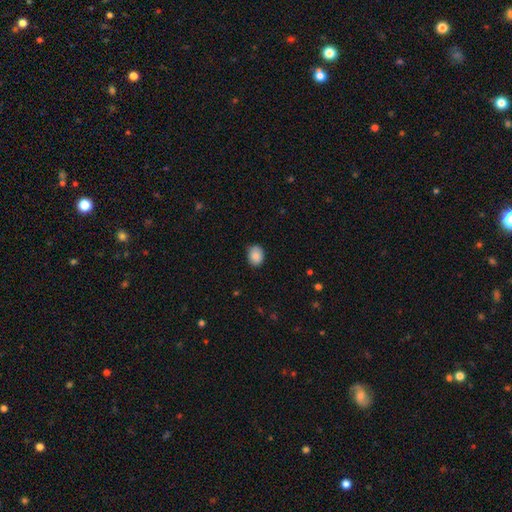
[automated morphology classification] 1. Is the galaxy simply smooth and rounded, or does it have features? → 87% smooth, 8% star or artifact, 5% featured or disk.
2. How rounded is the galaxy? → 56% in between, 43% round, 1% cigar-shaped.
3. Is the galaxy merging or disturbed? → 80% none, 17% minor disturbance, 3% major disturbance, 1% merger.